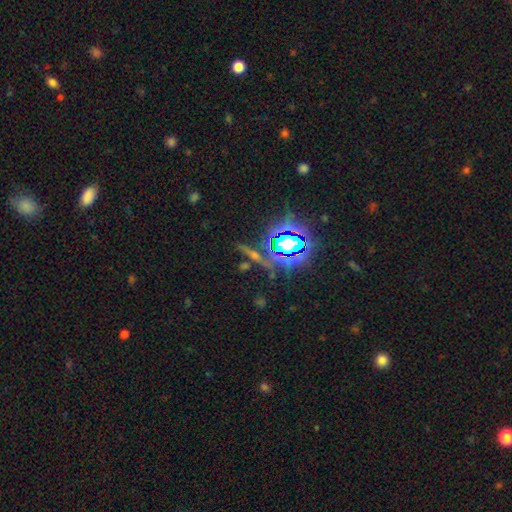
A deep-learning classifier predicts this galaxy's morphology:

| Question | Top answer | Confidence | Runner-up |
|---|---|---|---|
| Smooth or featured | star or artifact | 43% | featured or disk (32%) |